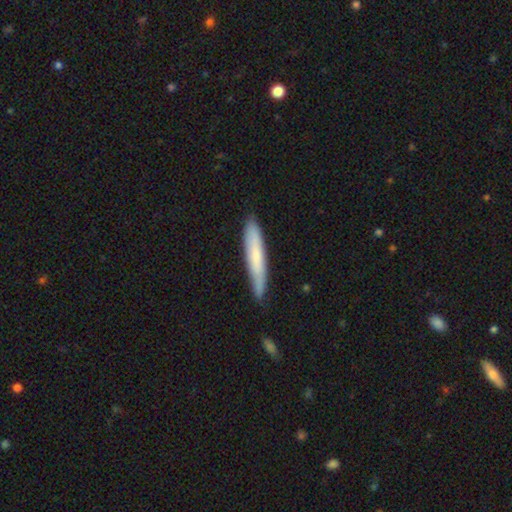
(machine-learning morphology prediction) A smooth galaxy with no disk features (66%) that is cigar-shaped (92%).

Vote fractions:
- Smooth or featured? smooth: 66% / featured or disk: 29% / star or artifact: 5%
- How rounded? cigar-shaped: 92% / in between: 7% / round: 1%
- Merging? none: 79% / minor disturbance: 17% / major disturbance: 2% / merger: 2%